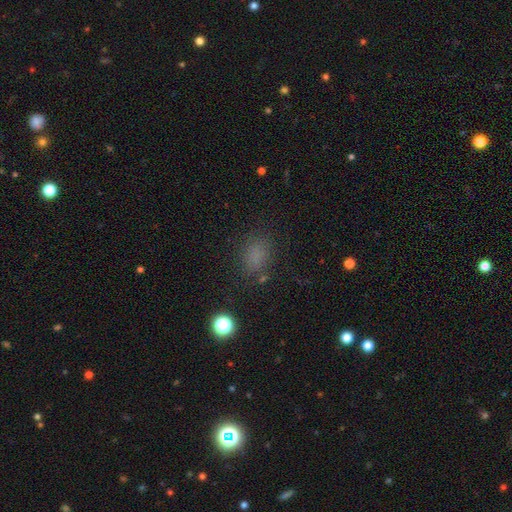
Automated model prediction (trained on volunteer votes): The model was most divided on "how rounded": in between: 66%, round: 31%, cigar-shaped: 2%. More confident: merging — none (78%); smooth or featured — smooth (74%).